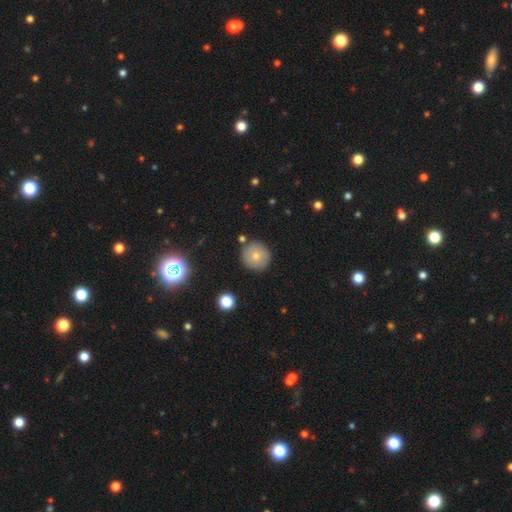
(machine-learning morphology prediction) Smooth or featured: smooth — 69% (featured or disk — 20%)
How rounded: round — 95% (in between — 4%)
Merging: none — 86% (minor disturbance — 9%)